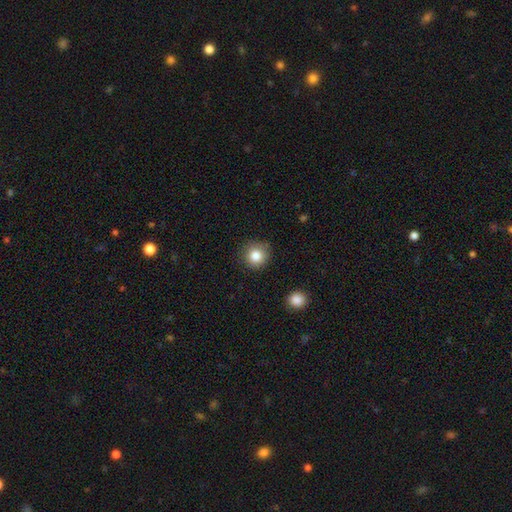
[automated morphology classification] A smooth galaxy with no disk features (82%) that is round (93%).

Vote fractions:
- Smooth or featured? smooth: 82% / star or artifact: 10% / featured or disk: 7%
- How rounded? round: 93% / in between: 6% / cigar-shaped: 1%
- Merging? none: 86% / minor disturbance: 9% / major disturbance: 3% / merger: 2%